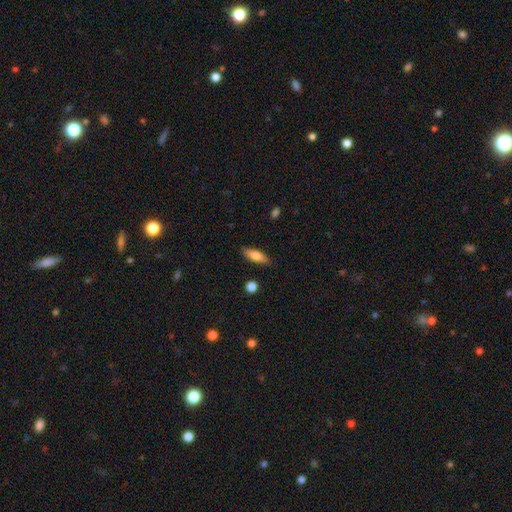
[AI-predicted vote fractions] The model was most divided on "how rounded": in between: 53%, cigar-shaped: 45%, round: 3%. More confident: merging — none (86%); smooth or featured — smooth (72%).